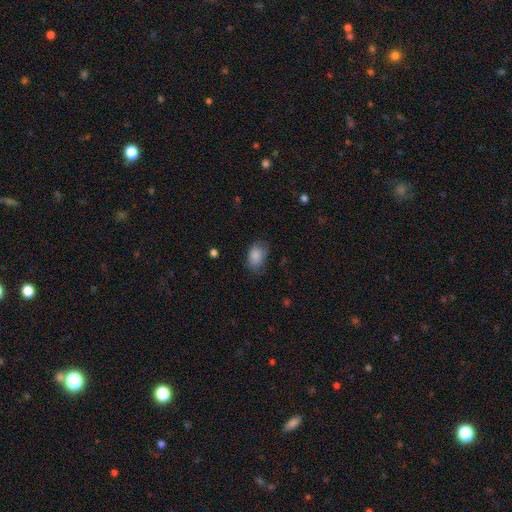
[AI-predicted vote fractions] Smooth or featured? smooth (86%)
How rounded? in between (85%)
Merging? none (67%)